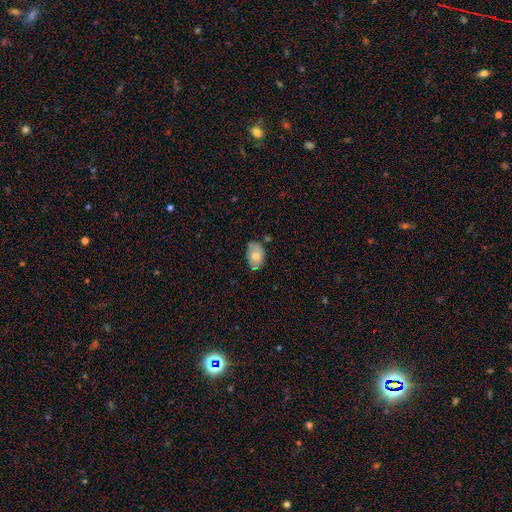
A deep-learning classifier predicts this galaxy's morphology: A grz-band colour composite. It shows a smooth galaxy with no disk features (65%) that is in between round and cigar-shaped (87%). Merging: none (69%).